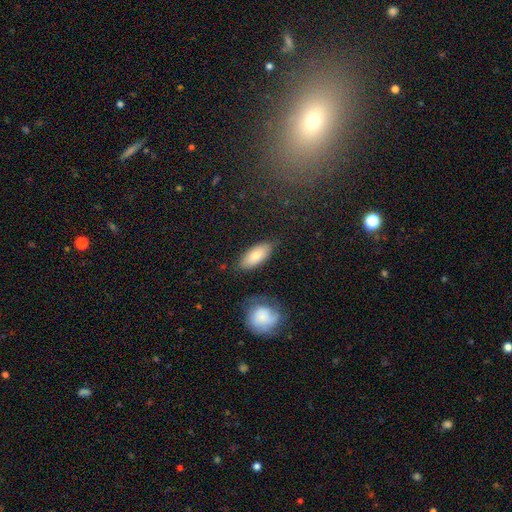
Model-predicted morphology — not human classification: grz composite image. It shows a smooth galaxy with no disk features (81%) that is in between round and cigar-shaped (85%). Merging: none (78%).